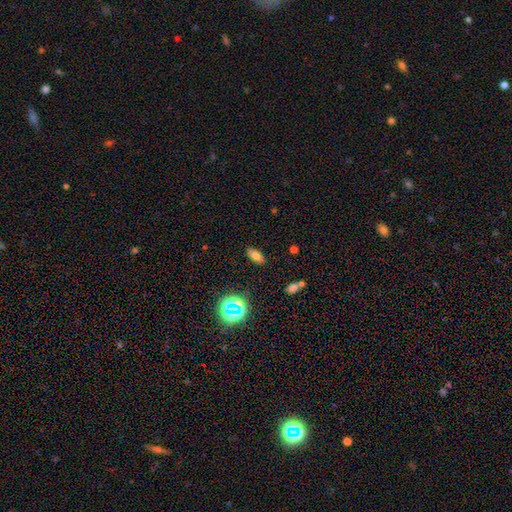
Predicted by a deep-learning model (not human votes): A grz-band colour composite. It shows a smooth galaxy with no disk features (72%) that is in between round and cigar-shaped (86%). Merging: none (86%).